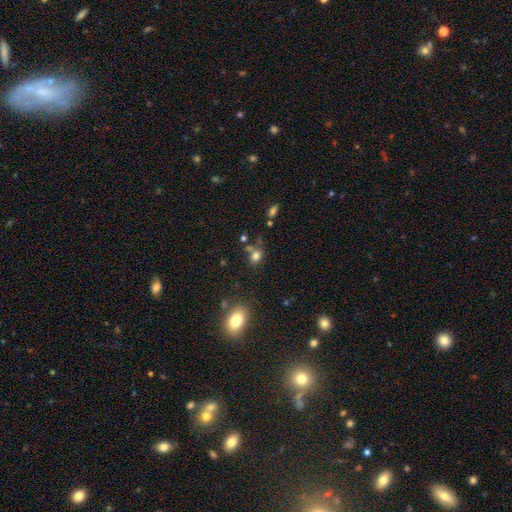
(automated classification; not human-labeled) This is likely a smooth galaxy (75%). How rounded: possibly in between (50%). Merging: possibly none (54%).